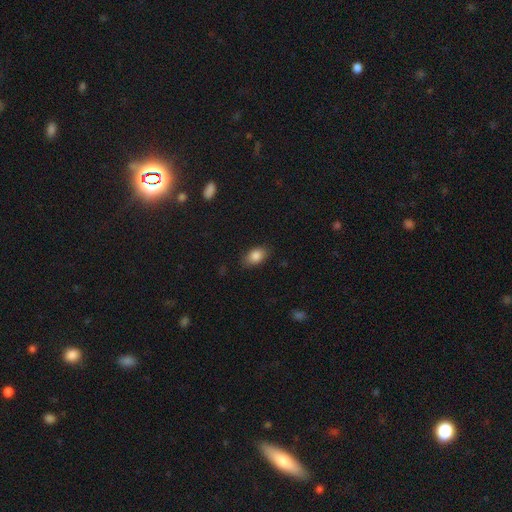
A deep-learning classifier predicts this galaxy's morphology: A smooth galaxy with no disk features (86%) that is in between round and cigar-shaped (85%).

Vote fractions:
- Smooth or featured? smooth: 86% / star or artifact: 8% / featured or disk: 6%
- How rounded? in between: 85% / round: 14% / cigar-shaped: 2%
- Merging? none: 83% / minor disturbance: 13% / major disturbance: 3% / merger: 1%